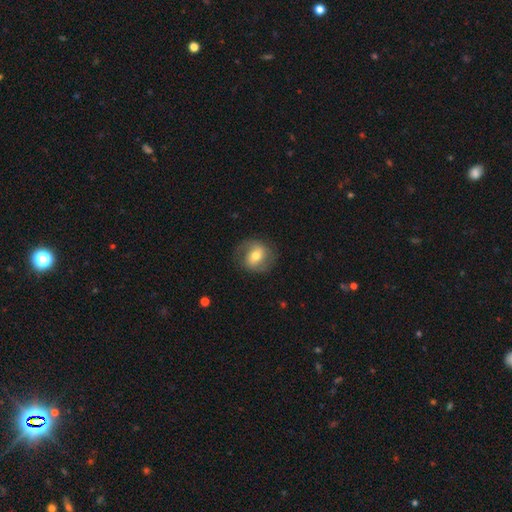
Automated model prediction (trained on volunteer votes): smooth-or-featured: featured or disk: 54% | smooth: 40% | star or artifact: 7%
  disk-edge-on: no: 96% | yes: 4%
    bar: weak: 42% | no: 34% | strong: 24%
    has-spiral-arms: yes: 76% | no: 24%
    bulge-size: moderate: 67% | small: 21% | large: 9% | none: 1% | dominant: 1%
  merging: none: 75% | minor disturbance: 15% | major disturbance: 8% | merger: 1%